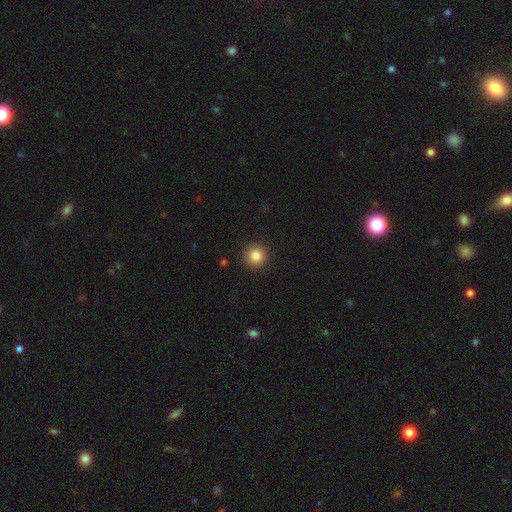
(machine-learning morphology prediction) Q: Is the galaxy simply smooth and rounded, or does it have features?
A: smooth — 86%.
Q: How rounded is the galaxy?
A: round — 95%.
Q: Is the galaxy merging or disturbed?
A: none — 91%.